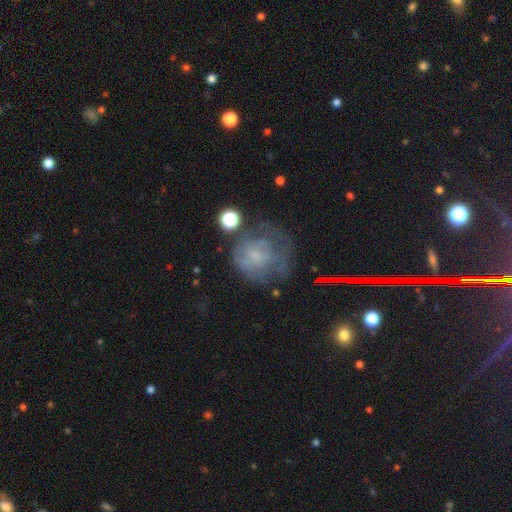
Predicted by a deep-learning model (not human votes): This is marginally a smooth galaxy (43%). Merging: marginally none (41%).